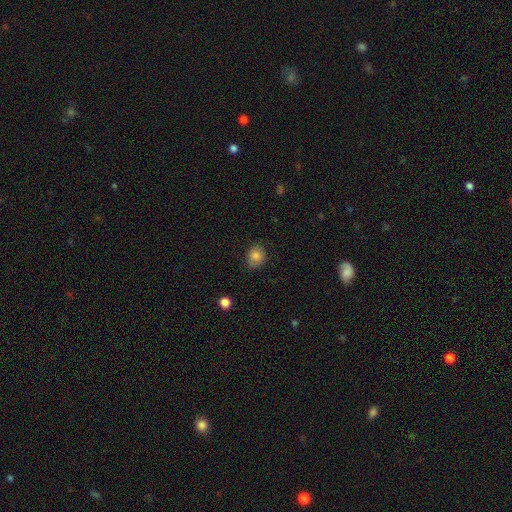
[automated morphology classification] Smooth or featured? Predicted: smooth (p=0.82). How rounded? Predicted: round (p=0.53). Merging? Predicted: none (p=0.73).